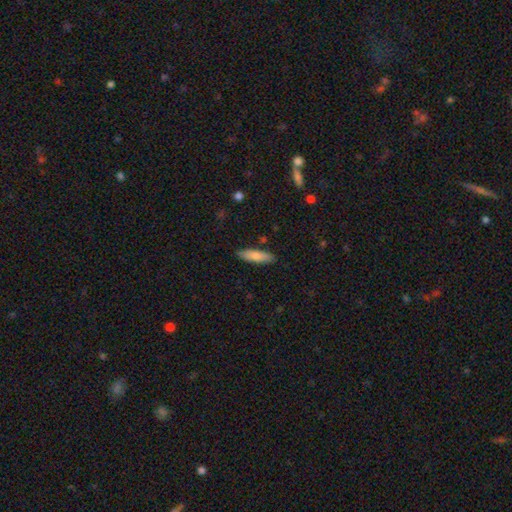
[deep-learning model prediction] Q: Smooth or featured?
A: smooth (79%); runner-up: featured or disk (15%)
Q: How rounded?
A: cigar-shaped (61%); runner-up: in between (37%)
Q: Merging?
A: none (88%); runner-up: minor disturbance (9%)